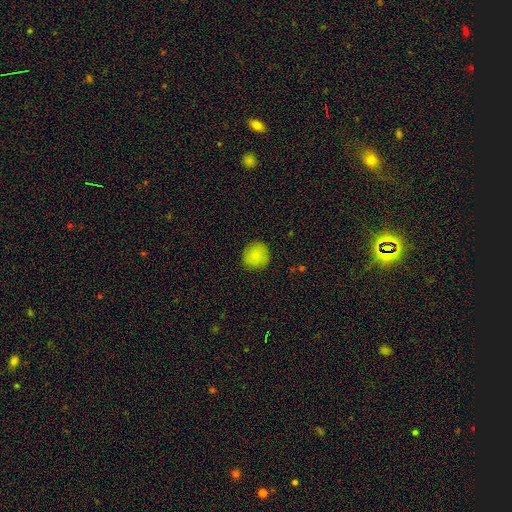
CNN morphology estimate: A smooth galaxy with no disk features (83%) that is round (94%).

Vote fractions:
- Smooth or featured? smooth: 83% / featured or disk: 9% / star or artifact: 8%
- How rounded? round: 94% / in between: 5% / cigar-shaped: 1%
- Merging? none: 88% / minor disturbance: 9% / major disturbance: 2% / merger: 1%